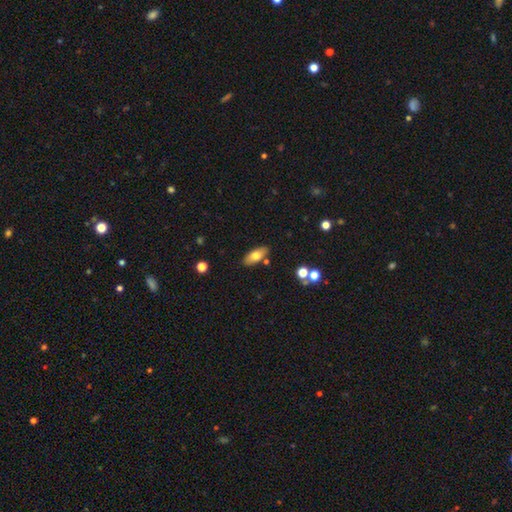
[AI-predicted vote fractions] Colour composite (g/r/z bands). It shows a smooth galaxy with no disk features (70%) that is in between round and cigar-shaped (81%). Merging: none (83%).